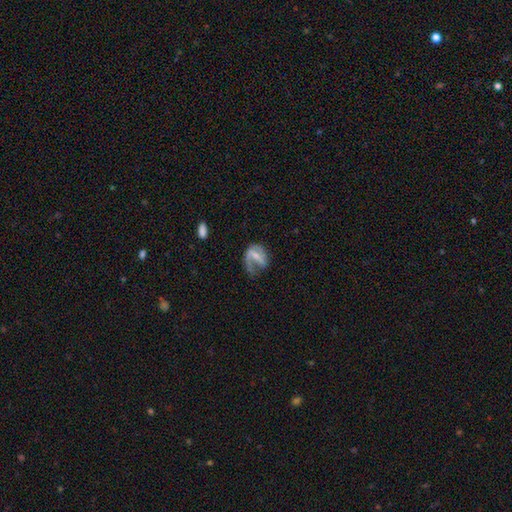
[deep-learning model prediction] Smooth or featured: featured or disk — 73% (smooth — 20%)
Edge-on disk: no — 97% (yes — 3%)
Bar: strong — 41% (weak — 40%)
Spiral arms: yes — 85% (no — 15%)
Spiral winding: loose — 43% (medium — 39%)
Spiral arm count: 2 — 46% (1 — 45%)
Bulge size: small — 54% (moderate — 27%)
Merging: none — 40% (major disturbance — 34%)